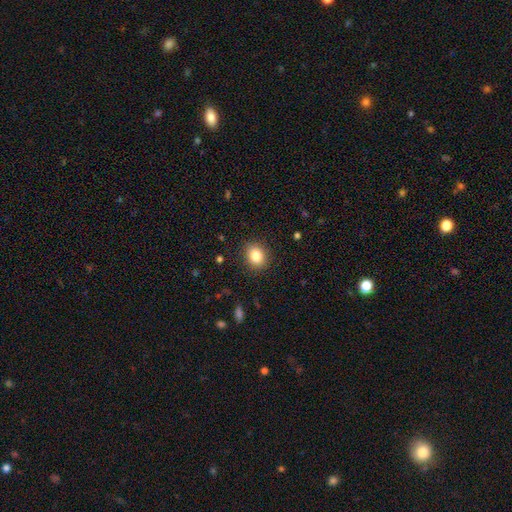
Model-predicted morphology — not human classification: Smooth or featured? smooth (84%)
How rounded? round (56%)
Merging? none (88%)